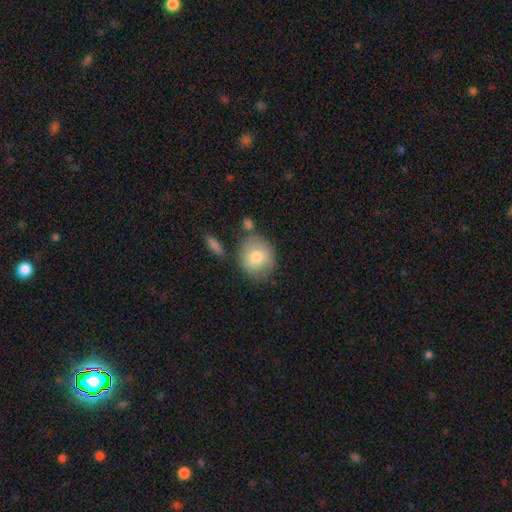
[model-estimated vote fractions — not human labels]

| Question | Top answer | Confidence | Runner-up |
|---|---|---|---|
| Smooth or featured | smooth | 76% | featured or disk (16%) |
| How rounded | round | 77% | in between (22%) |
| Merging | none | 70% | minor disturbance (16%) |